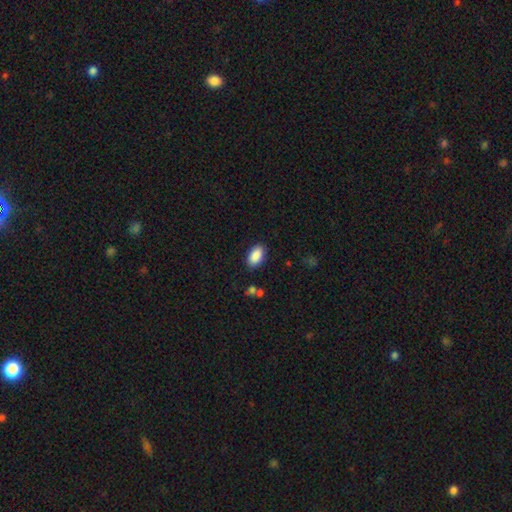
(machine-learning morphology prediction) Smooth or featured?
  - smooth: 89% *
  - star or artifact: 7%
  - featured or disk: 4%
How rounded?
  - in between: 94% *
  - round: 4%
  - cigar-shaped: 2%
Merging?
  - none: 87% *
  - minor disturbance: 9%
  - major disturbance: 2%
  - merger: 2%